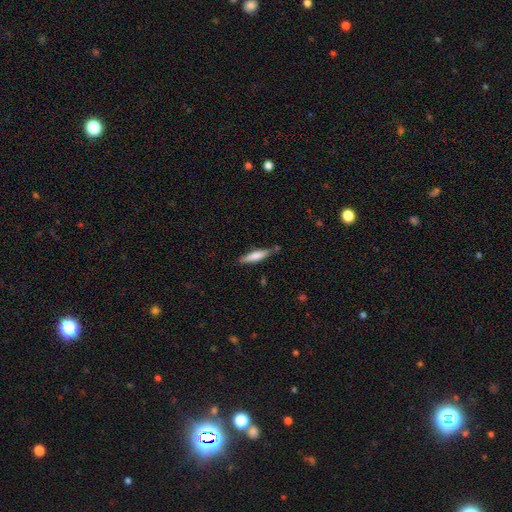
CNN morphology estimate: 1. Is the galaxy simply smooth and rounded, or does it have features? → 70% smooth, 25% featured or disk, 6% star or artifact.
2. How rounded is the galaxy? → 79% cigar-shaped, 19% in between, 1% round.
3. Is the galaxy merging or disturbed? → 76% none, 16% minor disturbance, 5% merger, 3% major disturbance.